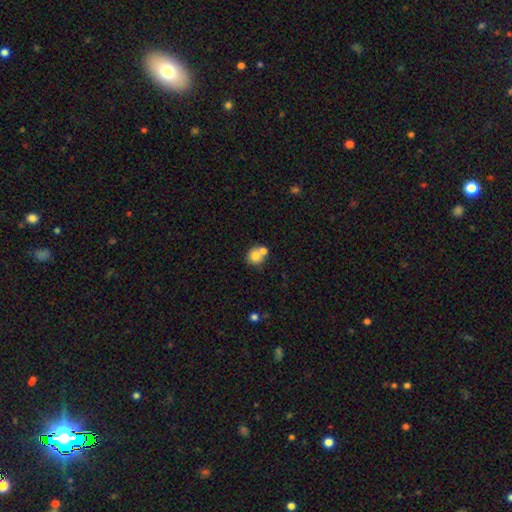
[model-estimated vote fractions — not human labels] This appears to be a smooth galaxy with no disk features (78%) that is round (85%). Merging: none (45%).